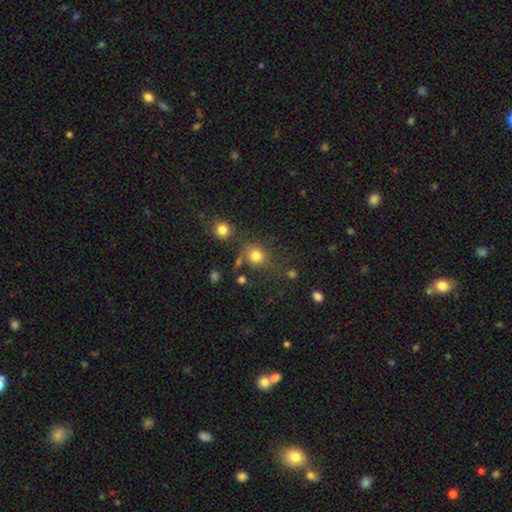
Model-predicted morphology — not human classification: This is likely a smooth galaxy (78%). How rounded: clearly round (84%). Merging: likely none (67%).